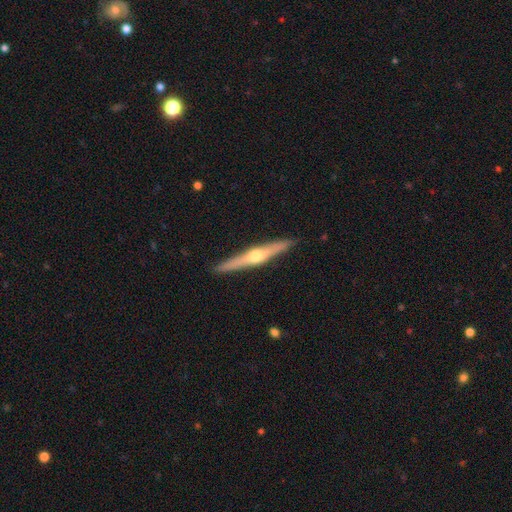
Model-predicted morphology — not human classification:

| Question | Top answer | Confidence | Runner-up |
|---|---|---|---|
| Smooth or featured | featured or disk | 71% | smooth (24%) |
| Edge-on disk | yes | 97% | no (3%) |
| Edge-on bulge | rounded | 93% | none (4%) |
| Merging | none | 91% | minor disturbance (7%) |